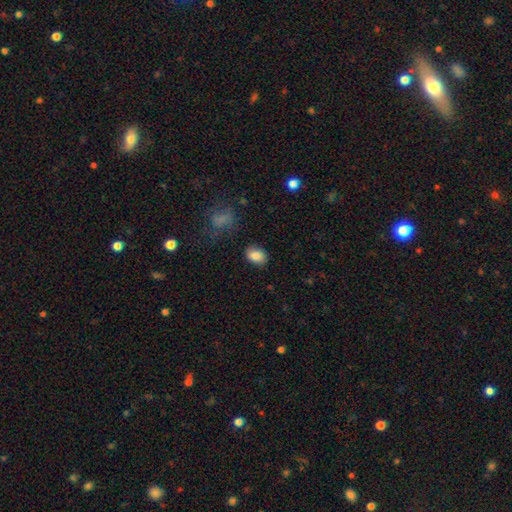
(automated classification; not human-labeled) This is clearly a smooth galaxy (86%). How rounded: likely in between (71%). Merging: clearly none (84%).